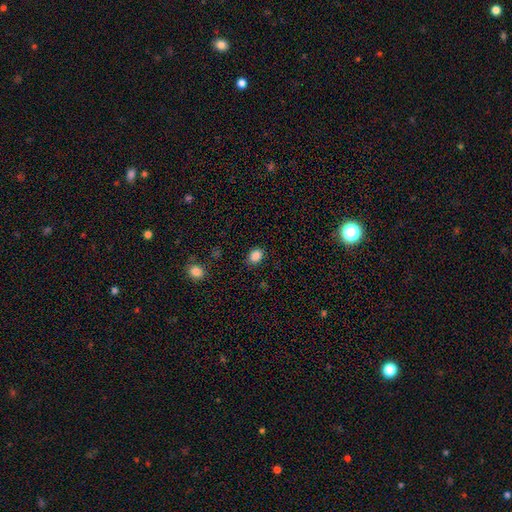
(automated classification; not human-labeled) Morphology: type=smooth (86%); roundness=in between (54%); merging=none (86%).